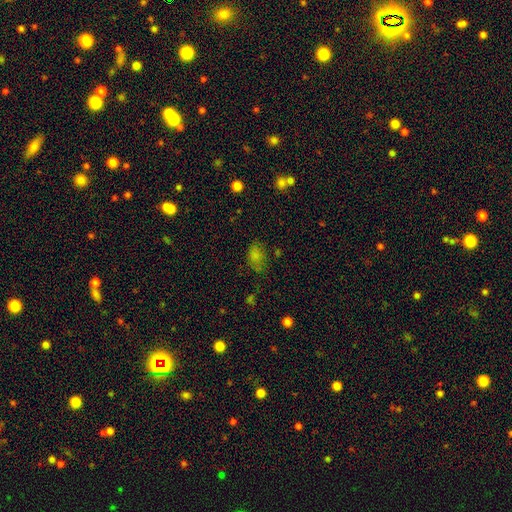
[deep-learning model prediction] This appears to be a smooth galaxy with no disk features (76%) that is in between round and cigar-shaped (81%). Merging: none (63%).